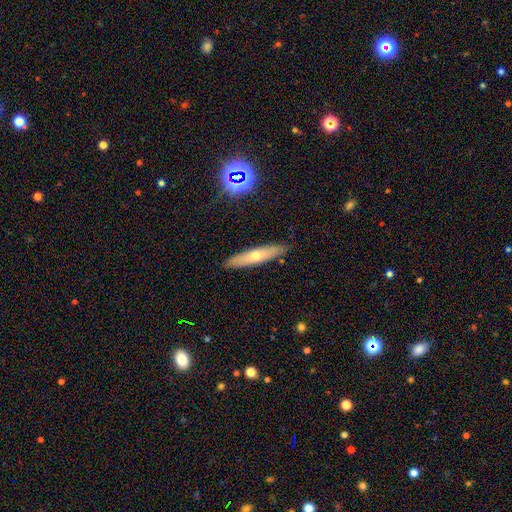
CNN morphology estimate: The model was most divided on "smooth or featured": smooth: 51%, featured or disk: 40%, star or artifact: 9%. More confident: merging — none (88%); how rounded — cigar-shaped (86%).